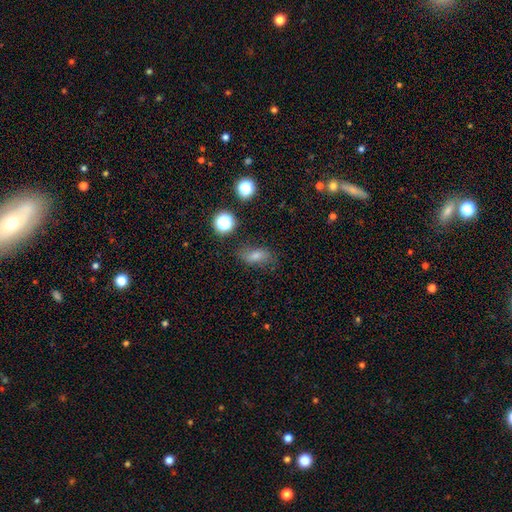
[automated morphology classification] This appears to be a smooth galaxy with no disk features (68%) that is in between round and cigar-shaped (80%). Merging: none (74%).